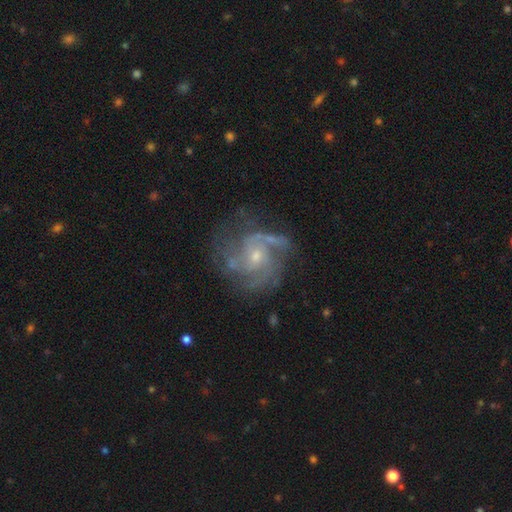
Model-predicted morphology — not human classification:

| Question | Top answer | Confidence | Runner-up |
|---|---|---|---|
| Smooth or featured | featured or disk | 87% | star or artifact (7%) |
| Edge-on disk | no | 98% | yes (2%) |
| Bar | no | 69% | weak (27%) |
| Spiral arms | yes | 96% | no (4%) |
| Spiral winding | medium | 47% | tight (41%) |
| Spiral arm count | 3 | 40% | 4 (18%) |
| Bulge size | small | 60% | moderate (36%) |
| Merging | none | 65% | minor disturbance (19%) |